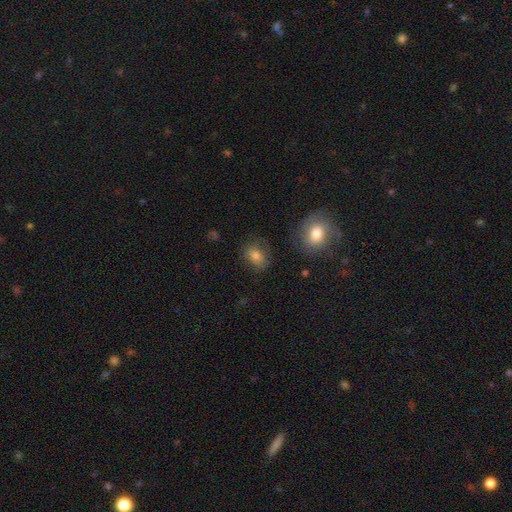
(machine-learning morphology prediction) A smooth galaxy with no disk features (73%) that is in between round and cigar-shaped (54%). Merging: none (69%).